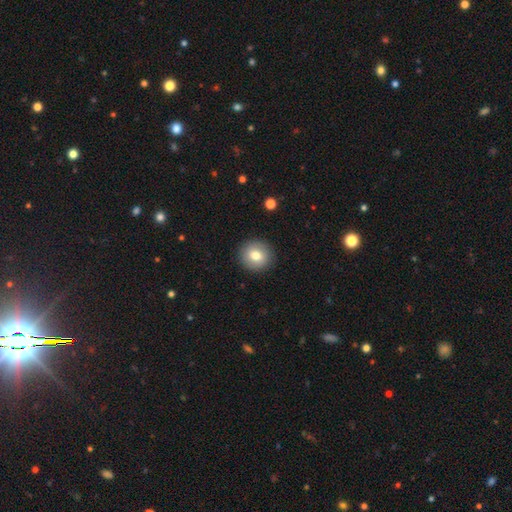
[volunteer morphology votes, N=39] This appears to be a smooth galaxy with no disk features (82%) that is round (91%). Merging: none (89%).